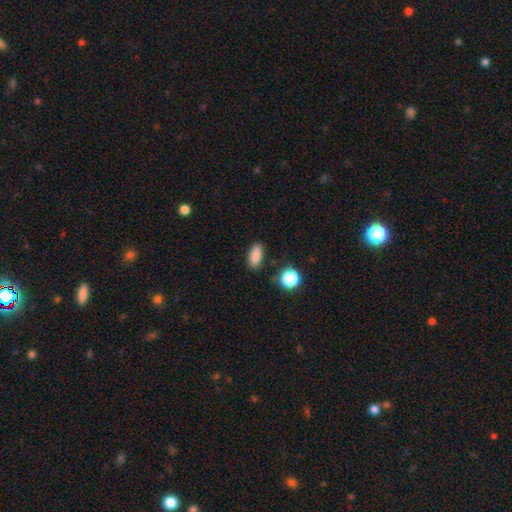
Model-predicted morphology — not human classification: Smooth or featured? smooth (85%)
How rounded? in between (82%)
Merging? none (83%)